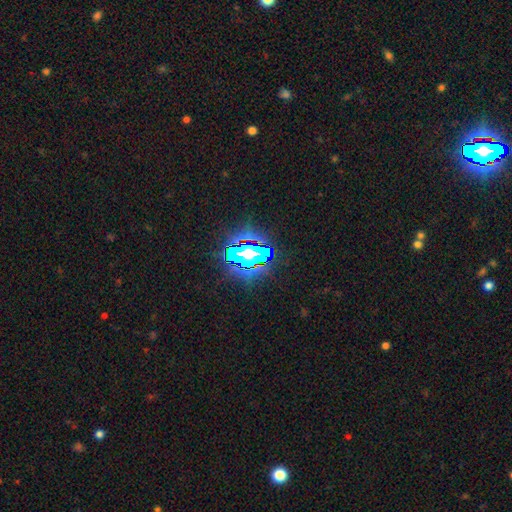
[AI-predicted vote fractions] A star or artifact, not a galaxy (72%).

Vote fractions:
- Smooth or featured? star or artifact: 72% / smooth: 15% / featured or disk: 13%